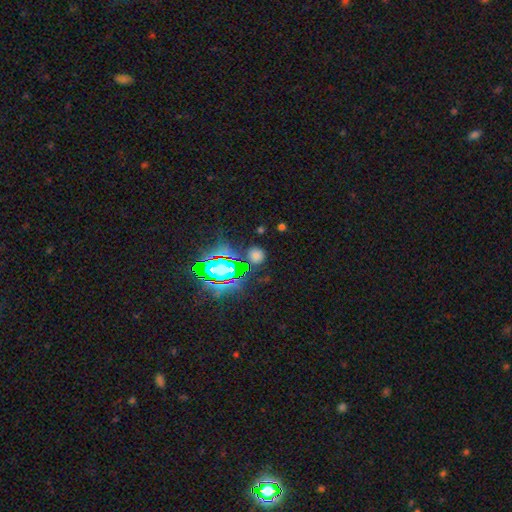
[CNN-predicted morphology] This is possibly a smooth galaxy (50%). How rounded: clearly round (81%). Merging: likely none (80%).